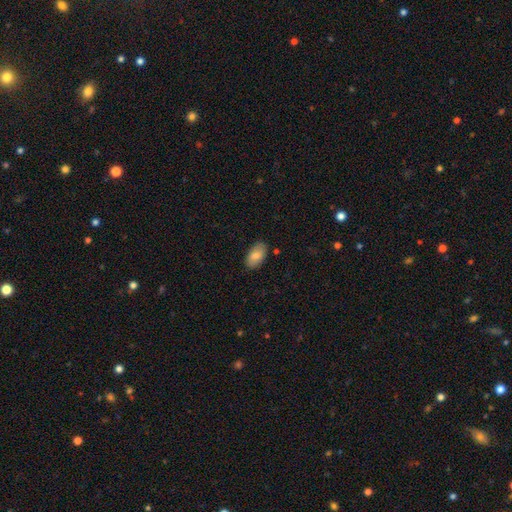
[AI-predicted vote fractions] The model was most divided on "smooth or featured": smooth: 81%, featured or disk: 12%, star or artifact: 7%. More confident: how rounded — in between (94%); merging — none (84%).